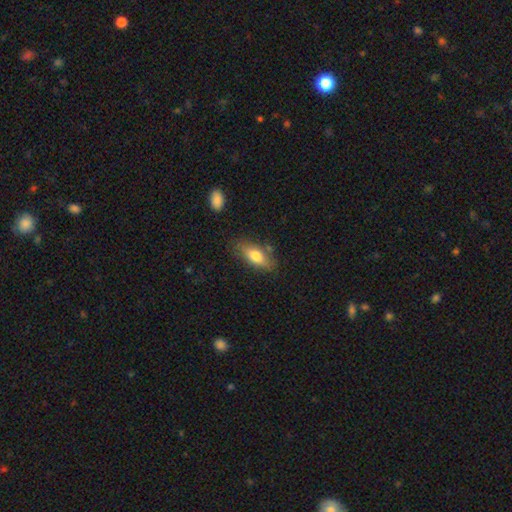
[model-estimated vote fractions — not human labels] This appears to be a smooth galaxy with no disk features (69%) that is in between round and cigar-shaped (70%). Merging: none (75%).